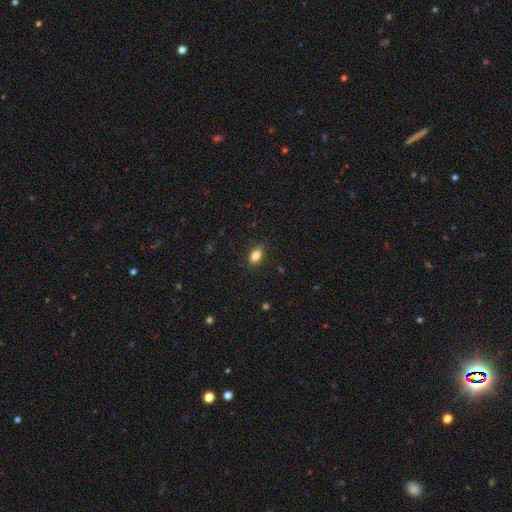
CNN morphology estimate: Smooth or featured: smooth — 84% (star or artifact — 9%)
How rounded: in between — 87% (round — 8%)
Merging: none — 88% (minor disturbance — 9%)